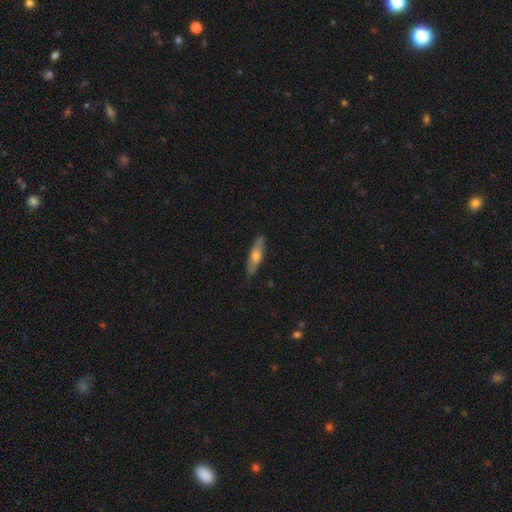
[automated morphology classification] type=smooth (59%); roundness=cigar-shaped (58%); merging=none (86%).